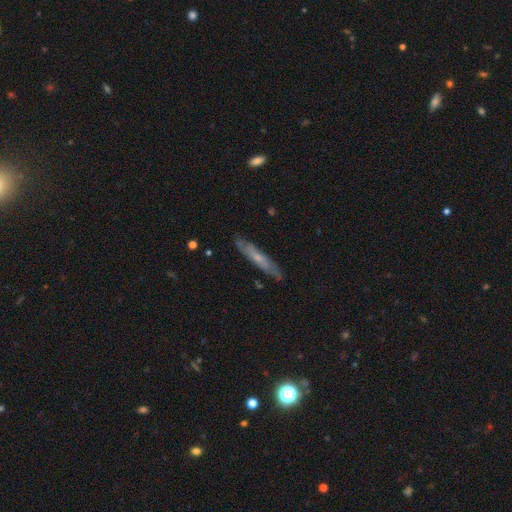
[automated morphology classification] The model was most divided on "smooth or featured": featured or disk: 52%, smooth: 41%, star or artifact: 6%. More confident: merging — none (83%); edge-on disk — yes (71%).